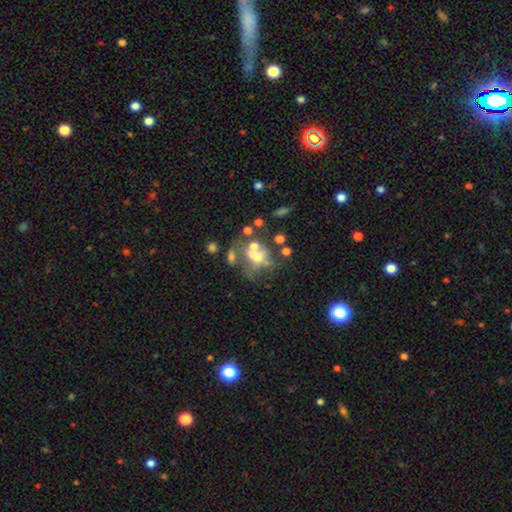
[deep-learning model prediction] A featured or disk galaxy (44%).

Vote fractions:
- Smooth or featured? featured or disk: 44% / smooth: 37% / star or artifact: 19%
- Merging? merger: 40% / none: 25% / major disturbance: 22% / minor disturbance: 12%